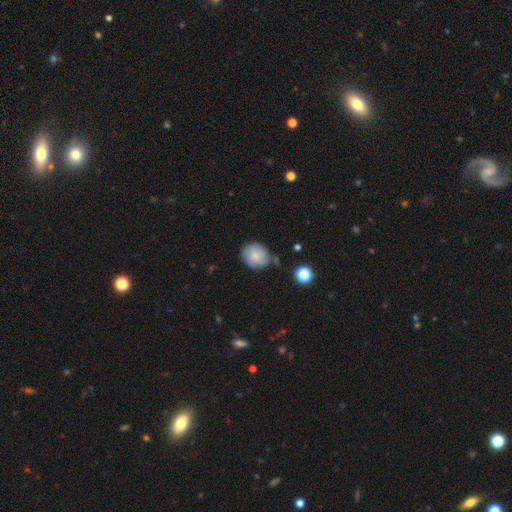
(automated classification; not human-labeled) Smooth or featured? smooth (75%)
How rounded? round (67%)
Merging? none (51%)